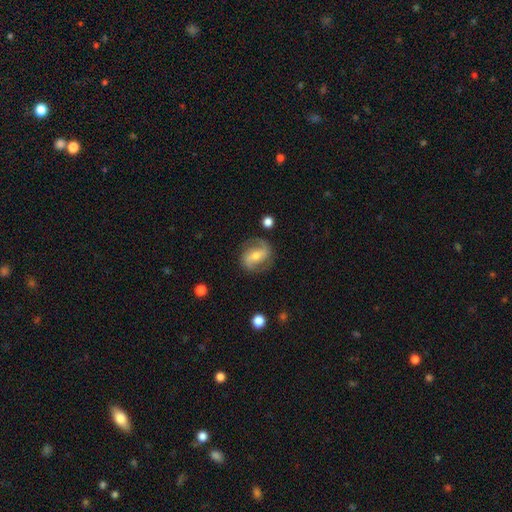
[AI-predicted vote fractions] This is likely a featured or disk galaxy (74%). It is clearly not viewed edge-on (96%). Bar: marginally strong (41%). Spiral arm pattern: clearly yes (89%). Spiral arm count: clearly 2 (89%). Spiral winding: marginally medium (42%). Central bulge: possibly moderate (53%). Merging: likely none (79%).